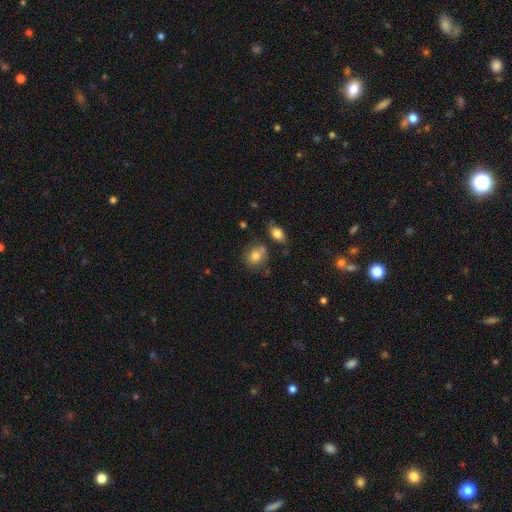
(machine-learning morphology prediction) This appears to be a smooth galaxy with no disk features (79%) that is round (67%). Merging: none (61%).